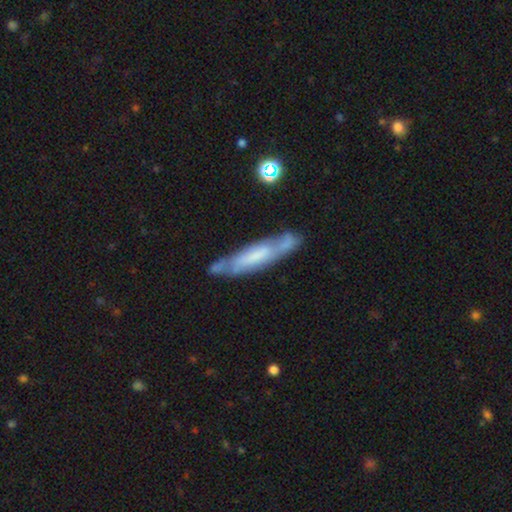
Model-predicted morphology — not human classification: type=featured or disk (56%); edge-on=yes (52%); merging=none (65%).